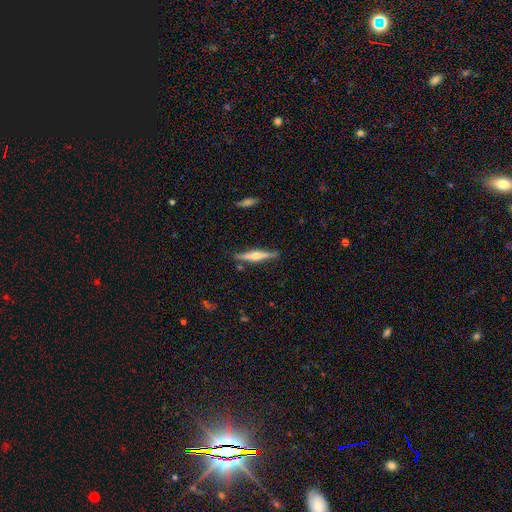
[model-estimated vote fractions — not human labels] This is likely a featured or disk galaxy (66%). It is clearly viewed edge-on (97%). Edge-on bulge: clearly rounded (80%). Merging: clearly none (86%).